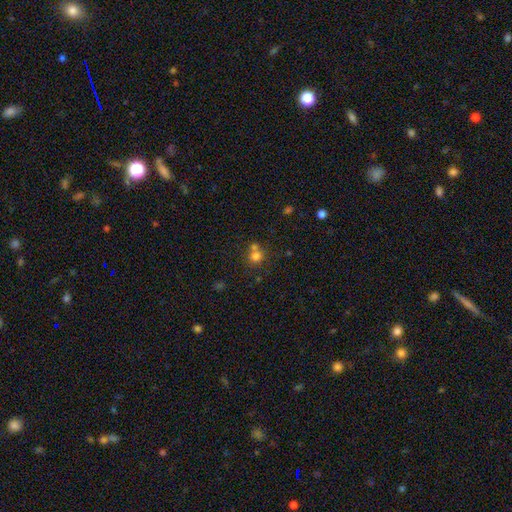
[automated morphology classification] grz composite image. It shows a smooth galaxy with no disk features (75%) that is round (87%). Merging: none (51%).